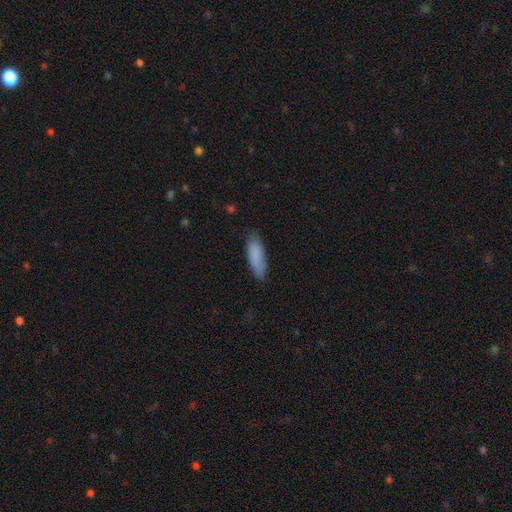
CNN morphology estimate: This is clearly a smooth galaxy (86%). How rounded: possibly in between (50%). Merging: likely none (79%).